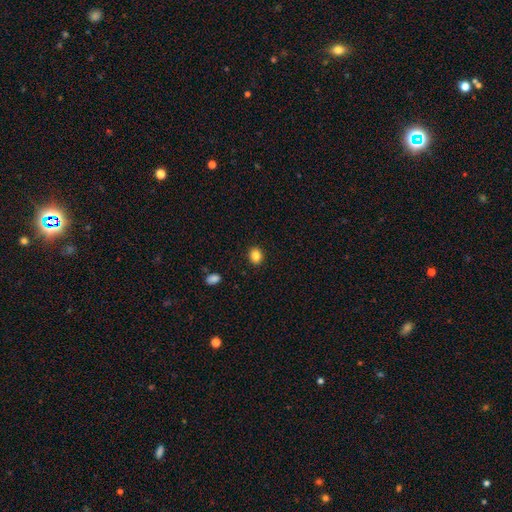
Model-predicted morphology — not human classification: Q: Smooth or featured?
A: smooth (86%); runner-up: star or artifact (10%)
Q: How rounded?
A: round (56%); runner-up: in between (43%)
Q: Merging?
A: none (90%); runner-up: minor disturbance (7%)